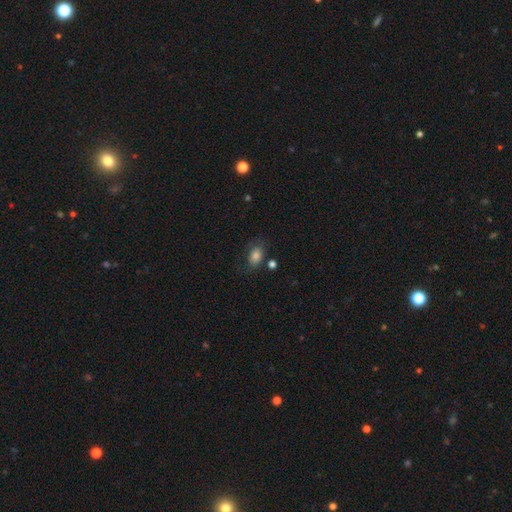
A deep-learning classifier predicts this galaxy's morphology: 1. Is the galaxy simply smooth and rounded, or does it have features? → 79% smooth, 11% featured or disk, 10% star or artifact.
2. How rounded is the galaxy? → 82% in between, 16% round, 2% cigar-shaped.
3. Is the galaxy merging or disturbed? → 60% none, 24% minor disturbance, 12% major disturbance, 5% merger.